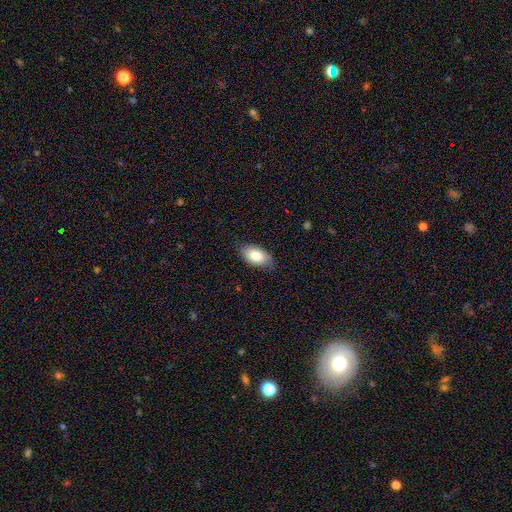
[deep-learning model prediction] The model was most divided on "merging": none: 80%, minor disturbance: 16%, major disturbance: 3%, merger: 1%. More confident: how rounded — in between (94%); smooth or featured — smooth (82%).